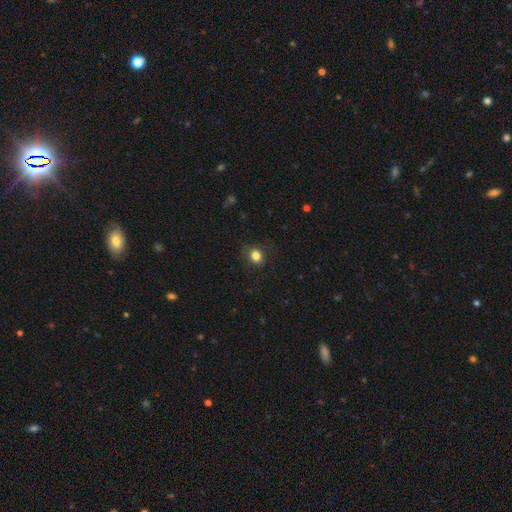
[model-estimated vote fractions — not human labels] Q: Smooth or featured?
A: smooth (83%); runner-up: star or artifact (11%)
Q: How rounded?
A: round (68%); runner-up: in between (31%)
Q: Merging?
A: none (84%); runner-up: minor disturbance (12%)